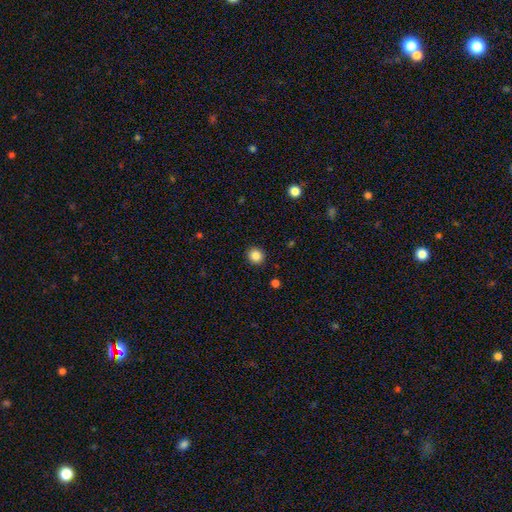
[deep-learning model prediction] A smooth galaxy with no disk features (85%) that is round (90%).

Vote fractions:
- Smooth or featured? smooth: 85% / star or artifact: 11% / featured or disk: 4%
- How rounded? round: 90% / in between: 9% / cigar-shaped: 1%
- Merging? none: 92% / minor disturbance: 5% / major disturbance: 2% / merger: 1%